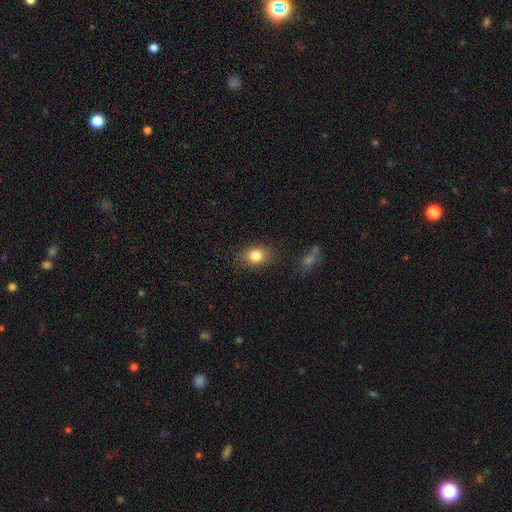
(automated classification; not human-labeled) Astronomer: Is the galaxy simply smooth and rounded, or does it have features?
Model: smooth — 81%.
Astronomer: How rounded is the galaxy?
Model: in between — 57% (runner-up: round, 42%).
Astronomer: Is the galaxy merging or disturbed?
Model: none — 83%.